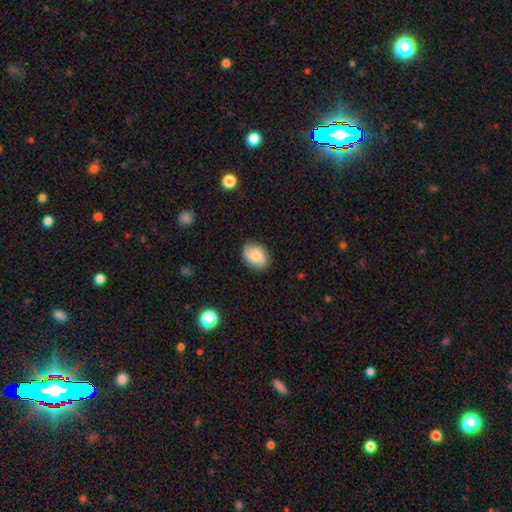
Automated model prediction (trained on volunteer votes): smooth 60%, featured or disk 31%, star or artifact 9%. Down the decision tree: how rounded — in between (68%); merging — none (80%).